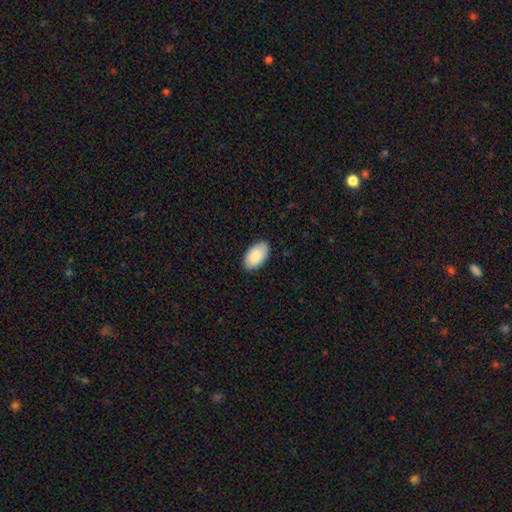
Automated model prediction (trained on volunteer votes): This is clearly a smooth galaxy (87%). How rounded: clearly in between (95%). Merging: clearly none (86%).